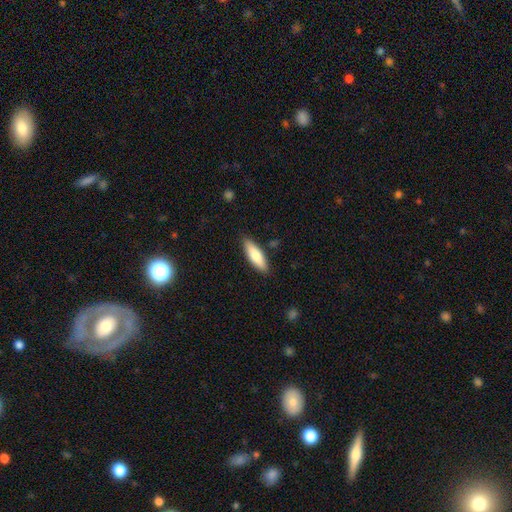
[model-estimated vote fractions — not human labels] This is likely a smooth galaxy (78%). How rounded: possibly in between (50%). Merging: clearly none (86%).